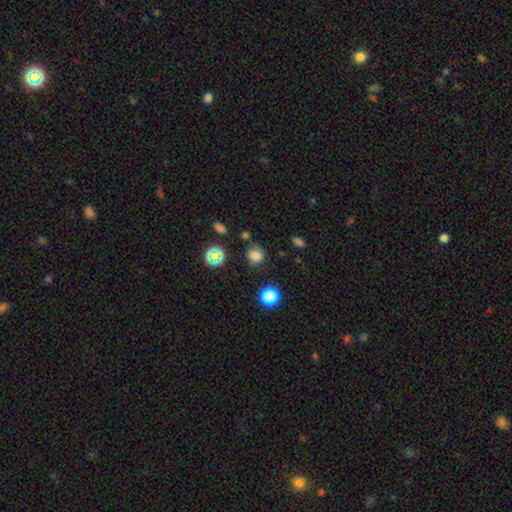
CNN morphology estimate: Smooth or featured? Predicted: smooth (p=0.72). How rounded? Predicted: round (p=0.80). Merging? Predicted: none (p=0.74).